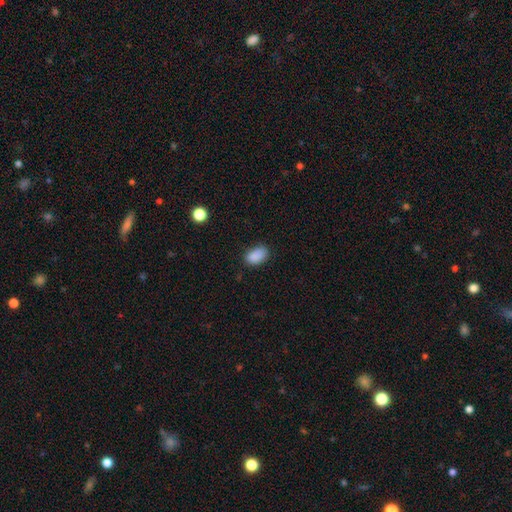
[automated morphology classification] Smooth or featured?
  - smooth: 88% *
  - star or artifact: 9%
  - featured or disk: 3%
How rounded?
  - in between: 90% *
  - round: 8%
  - cigar-shaped: 2%
Merging?
  - none: 76% *
  - minor disturbance: 18%
  - major disturbance: 4%
  - merger: 2%